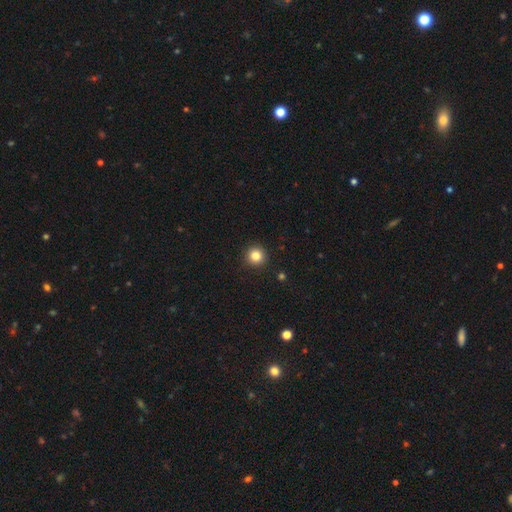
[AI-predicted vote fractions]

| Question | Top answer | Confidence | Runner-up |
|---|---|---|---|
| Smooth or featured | smooth | 84% | star or artifact (12%) |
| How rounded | round | 95% | in between (4%) |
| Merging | none | 92% | minor disturbance (5%) |